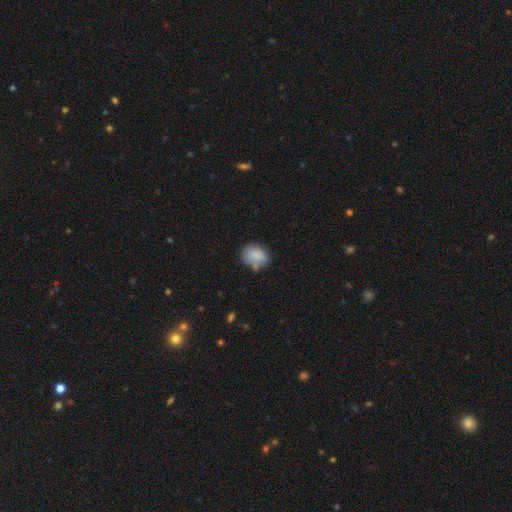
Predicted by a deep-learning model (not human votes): This is clearly a smooth galaxy (81%). How rounded: possibly in between (50%). Merging: likely none (63%).